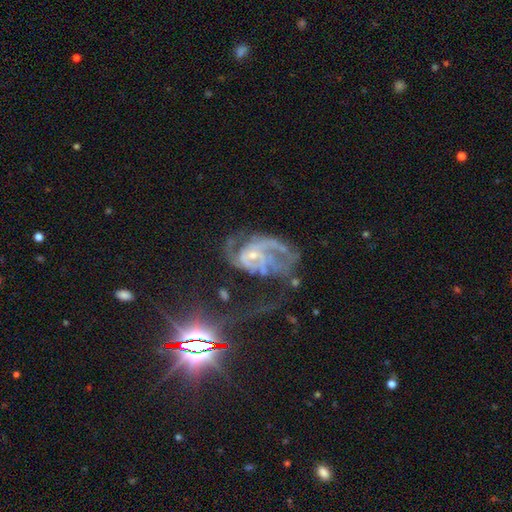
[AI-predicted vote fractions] A featured or disk galaxy (81%) with no bar (65%), 2 (36%) medium (45%) spiral arms (90%) and a small central bulge (71%).

Vote fractions:
- Smooth or featured? featured or disk: 81% / star or artifact: 12% / smooth: 7%
- Edge-on disk? no: 97% / yes: 3%
- Bar? no: 65% / weak: 28% / strong: 7%
- Spiral arms? yes: 90% / no: 10%
- Spiral winding? medium: 45% / tight: 33% / loose: 22%
- Spiral arm count? 2: 36% / can't tell: 26% / 3: 19% / 1: 9% / 4: 6% / more than 4: 5%
- Bulge size? small: 71% / moderate: 20% / none: 6% / large: 1% / dominant: 1%
- Merging? major disturbance: 45% / none: 29% / minor disturbance: 19% / merger: 6%